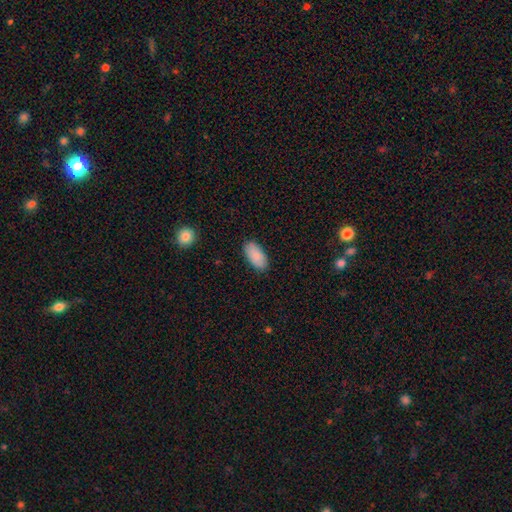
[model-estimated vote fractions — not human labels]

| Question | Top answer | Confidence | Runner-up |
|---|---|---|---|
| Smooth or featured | smooth | 88% | star or artifact (6%) |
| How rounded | in between | 94% | cigar-shaped (4%) |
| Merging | none | 87% | minor disturbance (10%) |